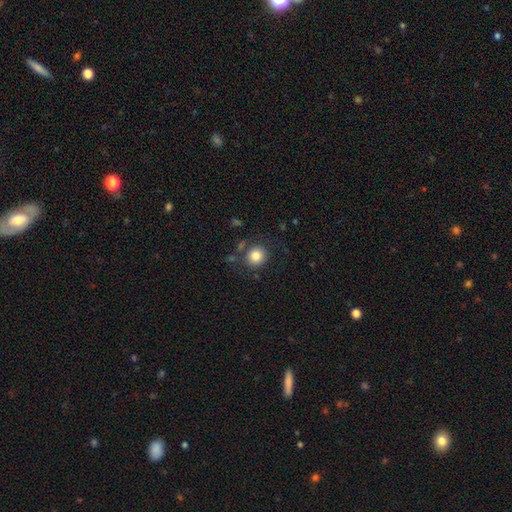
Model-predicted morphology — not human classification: smooth-or-featured: smooth: 83% | star or artifact: 10% | featured or disk: 7%
  how-rounded: round: 83% | in between: 16% | cigar-shaped: 1%
  merging: none: 79% | minor disturbance: 11% | merger: 6% | major disturbance: 4%